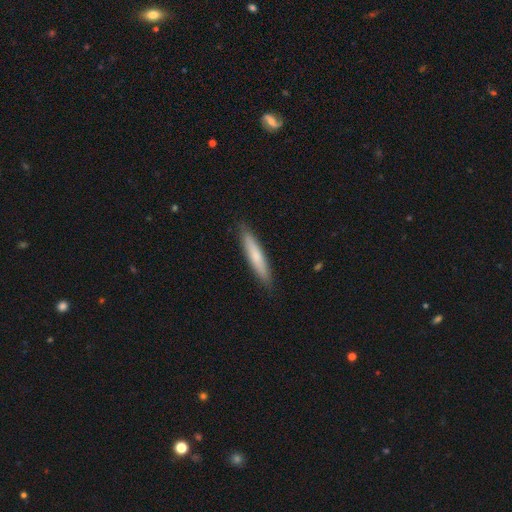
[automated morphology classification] This is likely a smooth galaxy (69%). How rounded: clearly cigar-shaped (92%). Merging: clearly none (89%).